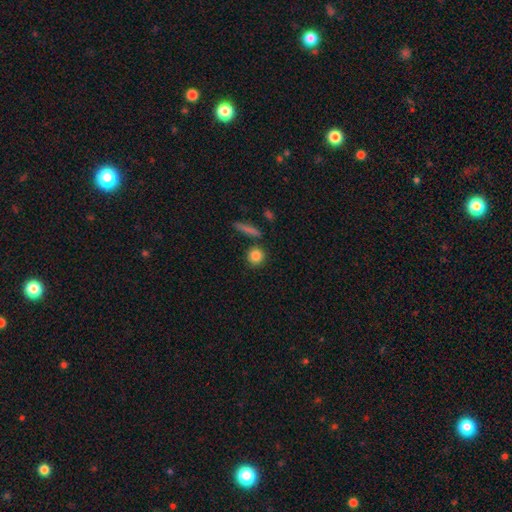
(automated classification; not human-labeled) Q: Smooth or featured?
A: smooth (85%); runner-up: star or artifact (9%)
Q: How rounded?
A: round (89%); runner-up: in between (8%)
Q: Merging?
A: none (83%); runner-up: minor disturbance (8%)